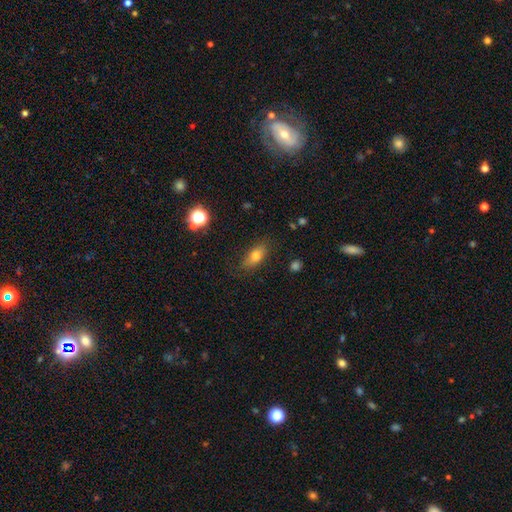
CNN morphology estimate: smooth-or-featured: smooth: 76% | featured or disk: 14% | star or artifact: 10%
  how-rounded: in between: 79% | cigar-shaped: 13% | round: 8%
  merging: none: 80% | minor disturbance: 14% | major disturbance: 4% | merger: 2%